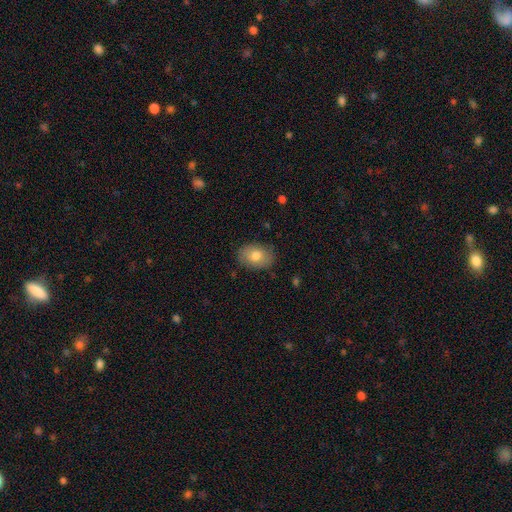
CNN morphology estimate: A smooth galaxy with no disk features (79%) that is in between round and cigar-shaped (83%).

Vote fractions:
- Smooth or featured? smooth: 79% / featured or disk: 14% / star or artifact: 7%
- How rounded? in between: 83% / round: 16% / cigar-shaped: 1%
- Merging? none: 84% / minor disturbance: 12% / major disturbance: 3% / merger: 1%